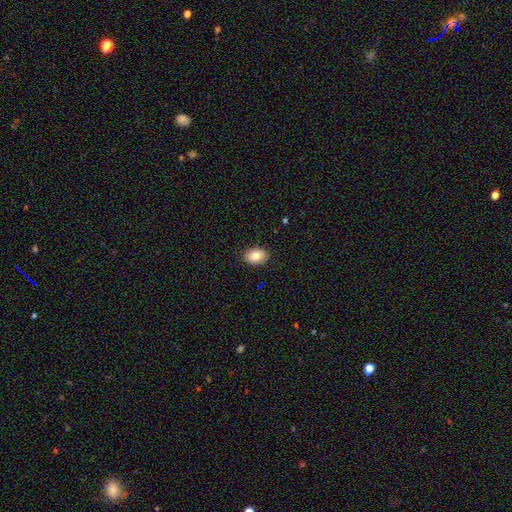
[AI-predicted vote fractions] Q: Smooth or featured?
A: smooth (82%); runner-up: featured or disk (10%)
Q: How rounded?
A: in between (78%); runner-up: round (21%)
Q: Merging?
A: none (89%); runner-up: minor disturbance (8%)